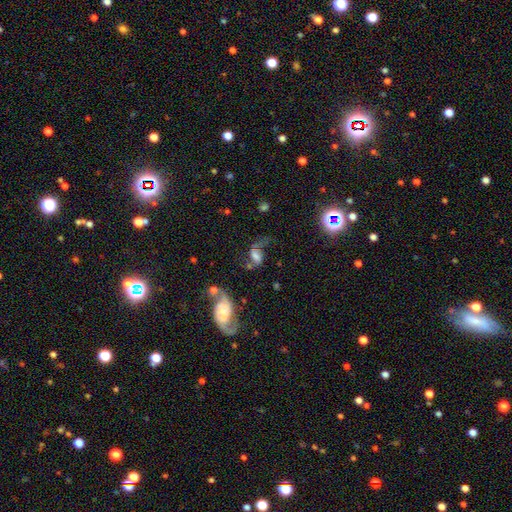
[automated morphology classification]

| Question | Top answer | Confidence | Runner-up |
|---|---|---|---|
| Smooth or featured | featured or disk | 60% | smooth (26%) |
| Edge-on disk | no | 94% | yes (6%) |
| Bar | weak | 42% | no (39%) |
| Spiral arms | yes | 85% | no (15%) |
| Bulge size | moderate | 28% | none (26%) |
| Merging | none | 35% | major disturbance (30%) |